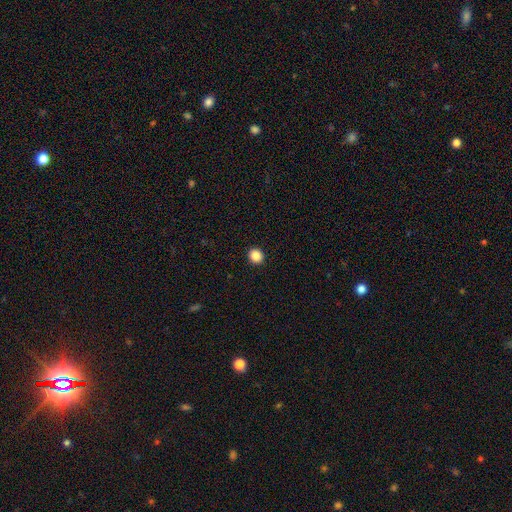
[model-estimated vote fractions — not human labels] The model was most divided on "how rounded": round: 84%, in between: 15%, cigar-shaped: 1%. More confident: merging — none (93%); smooth or featured — smooth (86%).